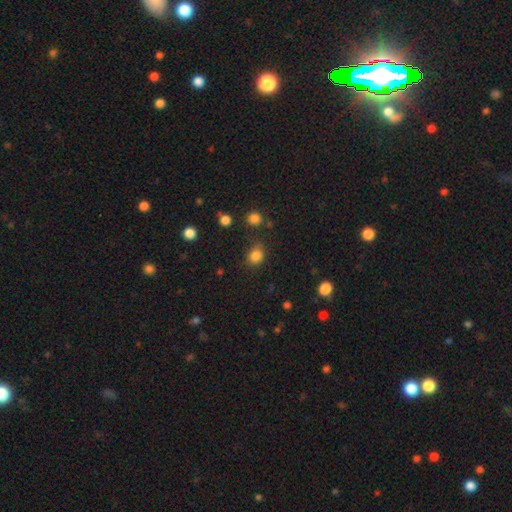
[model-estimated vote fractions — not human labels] A smooth galaxy with no disk features (83%) that is round (70%).

Vote fractions:
- Smooth or featured? smooth: 83% / star or artifact: 13% / featured or disk: 4%
- How rounded? round: 70% / in between: 29% / cigar-shaped: 1%
- Merging? none: 74% / minor disturbance: 17% / major disturbance: 5% / merger: 4%